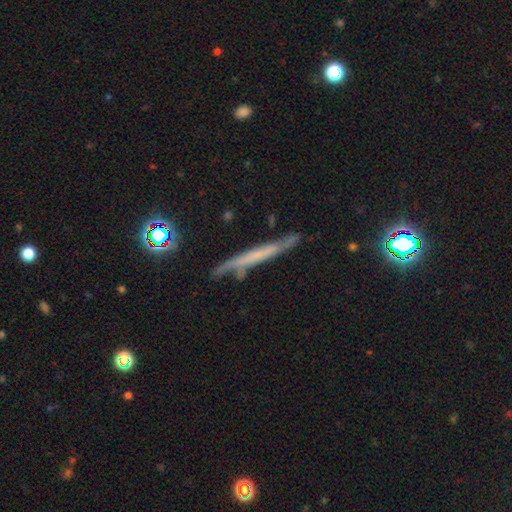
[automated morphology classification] The model was most divided on "smooth or featured": featured or disk: 56%, smooth: 33%, star or artifact: 12%. More confident: edge-on disk — yes (86%); merging — none (71%).